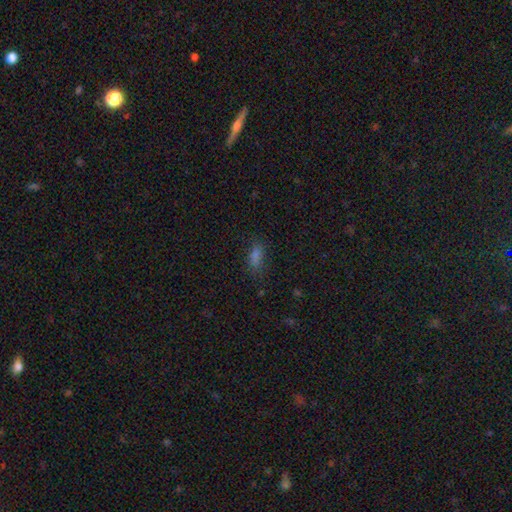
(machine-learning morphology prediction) Smooth or featured?
  - smooth: 69% *
  - star or artifact: 22%
  - featured or disk: 9%
How rounded?
  - in between: 72% *
  - cigar-shaped: 23%
  - round: 5%
Merging?
  - none: 69% *
  - minor disturbance: 20%
  - major disturbance: 8%
  - merger: 3%